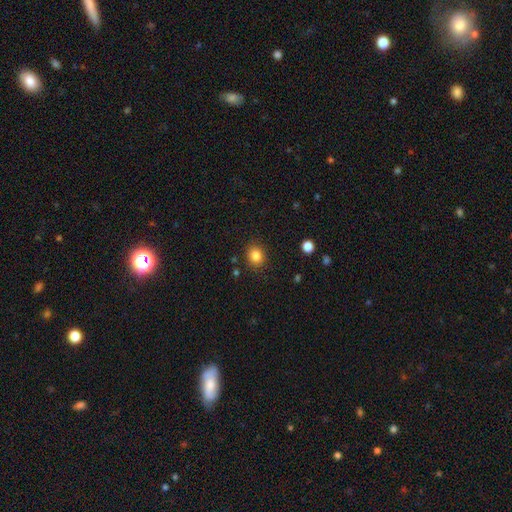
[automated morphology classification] smooth_or_featured: smooth (p=0.85) [alt: star or artifact p=0.11]
how_rounded: round (p=0.70) [alt: in between p=0.29]
merging: none (p=0.88) [alt: minor disturbance p=0.08]